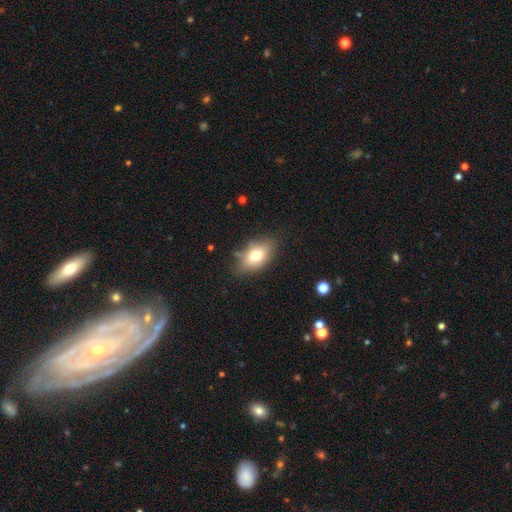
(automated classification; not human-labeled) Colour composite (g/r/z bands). It shows a smooth galaxy with no disk features (71%) that is in between round and cigar-shaped (85%). Merging: none (73%).